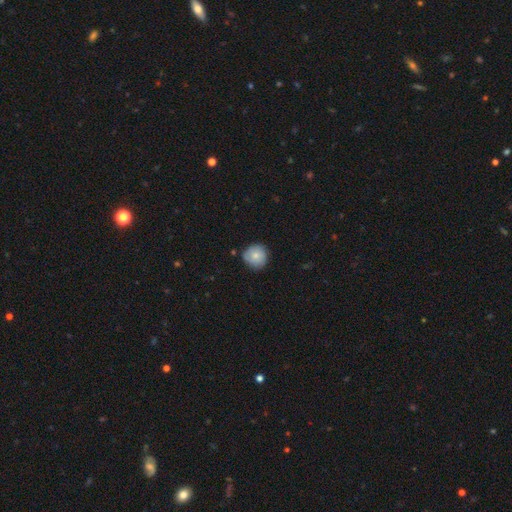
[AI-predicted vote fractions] Smooth or featured?
  - smooth: 76% *
  - featured or disk: 17%
  - star or artifact: 7%
How rounded?
  - round: 92% *
  - in between: 7%
  - cigar-shaped: 1%
Merging?
  - none: 78% *
  - minor disturbance: 18%
  - major disturbance: 3%
  - merger: 2%